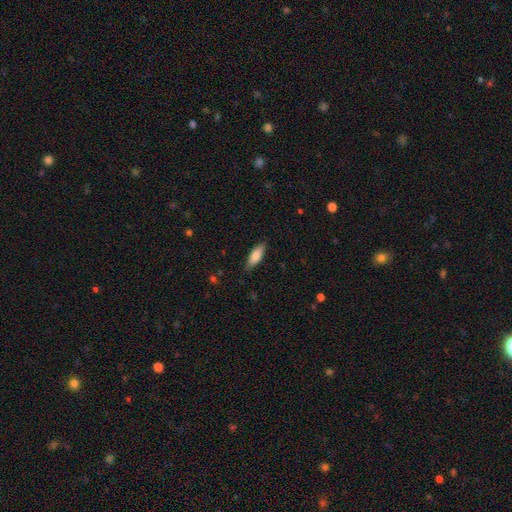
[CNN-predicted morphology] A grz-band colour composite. It shows a smooth galaxy with no disk features (81%) that is in between round and cigar-shaped (63%). Merging: none (85%).